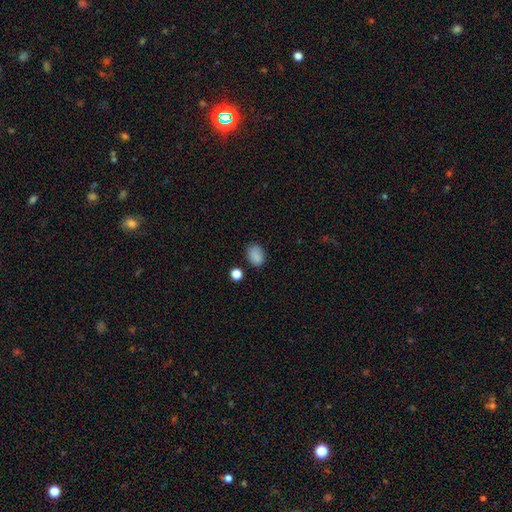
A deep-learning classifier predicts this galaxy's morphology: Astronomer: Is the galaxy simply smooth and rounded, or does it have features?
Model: smooth — 86%.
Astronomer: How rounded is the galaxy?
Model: in between — 78%.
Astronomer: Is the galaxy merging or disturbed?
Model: none — 79%.